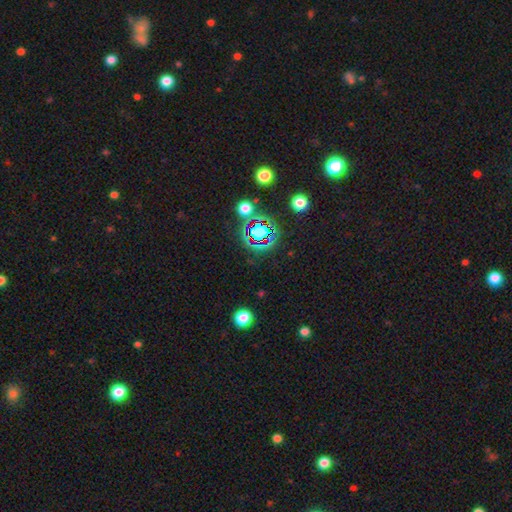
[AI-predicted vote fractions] Smooth or featured? Predicted: star or artifact (p=0.77).